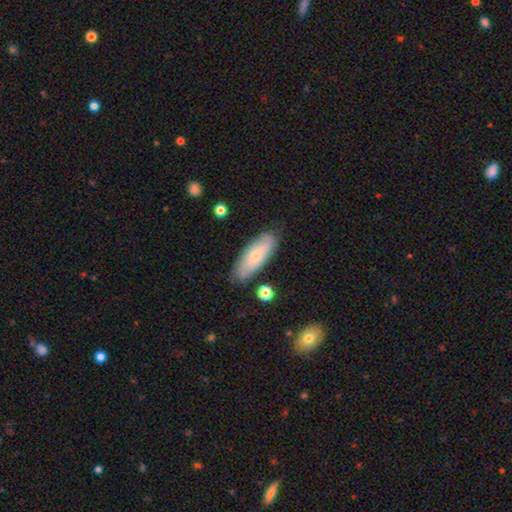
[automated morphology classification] A smooth galaxy with no disk features (63%) that is in between round and cigar-shaped (69%). Merging: none (79%).